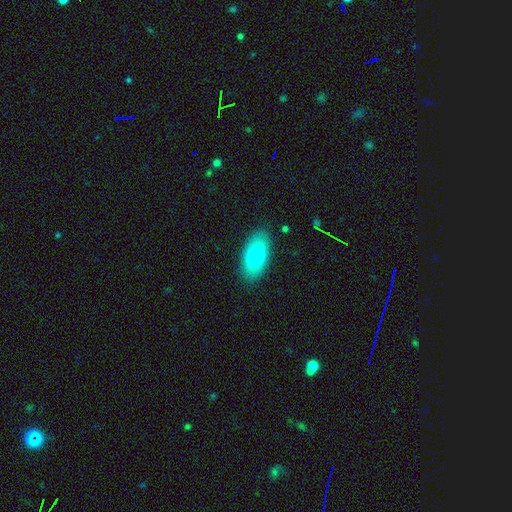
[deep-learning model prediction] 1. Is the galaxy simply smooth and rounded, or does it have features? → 73% smooth, 20% featured or disk, 7% star or artifact.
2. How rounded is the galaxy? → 92% in between, 4% cigar-shaped, 4% round.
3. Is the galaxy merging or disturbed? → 87% none, 10% minor disturbance, 2% major disturbance, 1% merger.